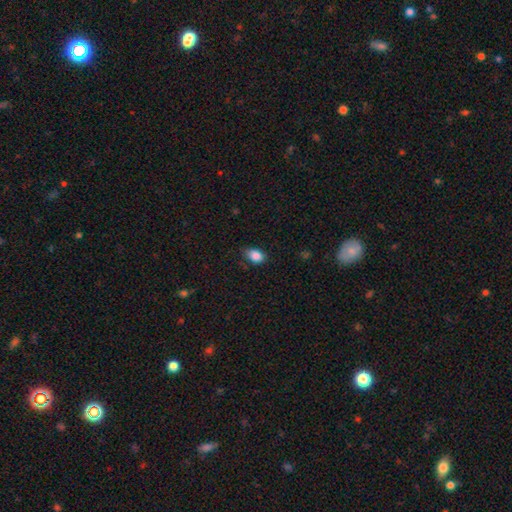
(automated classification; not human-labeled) Morphology: type=smooth (87%); roundness=in between (80%); merging=none (67%).